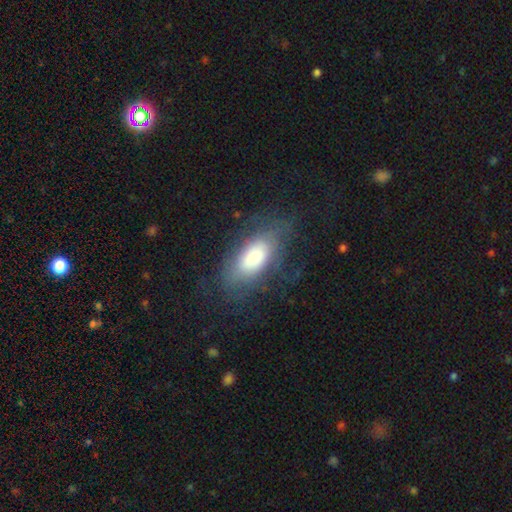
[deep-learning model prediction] Q: Smooth or featured?
A: smooth (57%); runner-up: featured or disk (35%)
Q: How rounded?
A: in between (88%); runner-up: cigar-shaped (8%)
Q: Merging?
A: none (65%); runner-up: minor disturbance (20%)